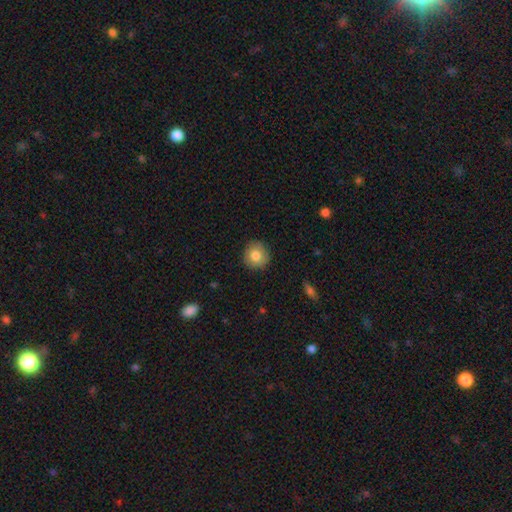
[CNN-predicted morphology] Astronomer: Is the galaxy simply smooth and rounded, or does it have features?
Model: smooth — 81%.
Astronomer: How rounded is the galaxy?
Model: round — 91%.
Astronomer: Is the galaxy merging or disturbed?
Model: none — 88%.